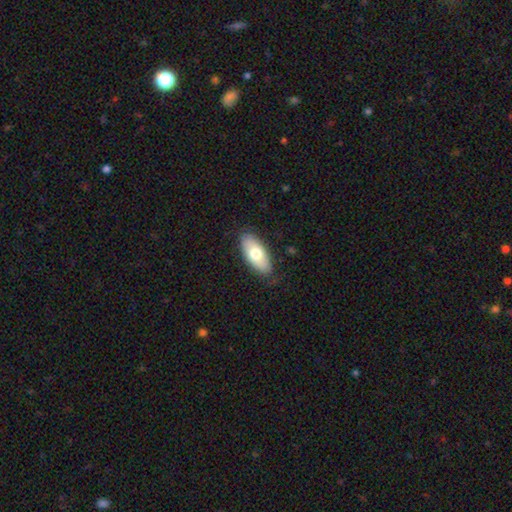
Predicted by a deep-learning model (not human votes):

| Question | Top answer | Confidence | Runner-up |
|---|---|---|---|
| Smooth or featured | smooth | 71% | featured or disk (23%) |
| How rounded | in between | 89% | cigar-shaped (9%) |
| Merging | none | 84% | minor disturbance (13%) |